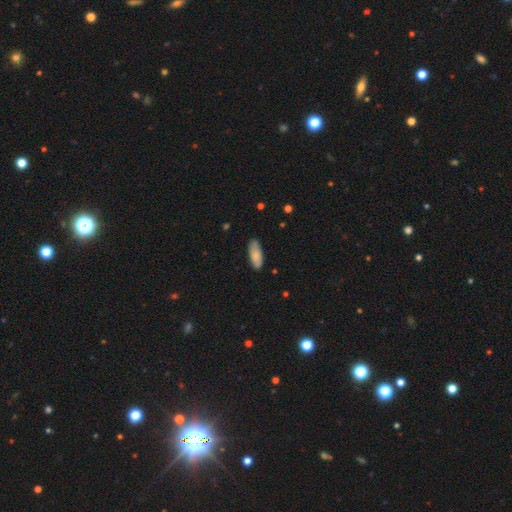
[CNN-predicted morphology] A smooth galaxy with no disk features (83%) that is in between round and cigar-shaped (71%). Merging: none (82%).